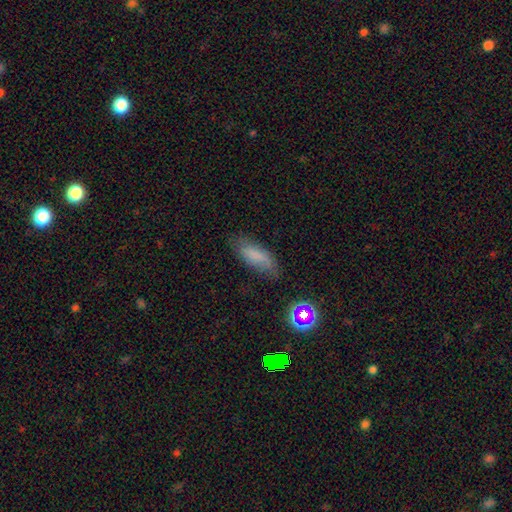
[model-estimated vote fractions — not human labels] smooth-or-featured: smooth: 74% | featured or disk: 15% | star or artifact: 11%
  how-rounded: in between: 68% | cigar-shaped: 29% | round: 3%
  merging: none: 67% | minor disturbance: 23% | major disturbance: 7% | merger: 2%